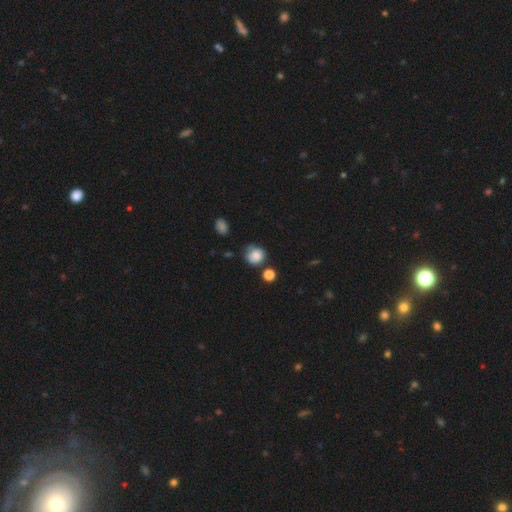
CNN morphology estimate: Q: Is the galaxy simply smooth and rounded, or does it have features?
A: smooth — 79%.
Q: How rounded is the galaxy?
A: round — 81%.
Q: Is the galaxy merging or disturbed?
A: none — 55%.